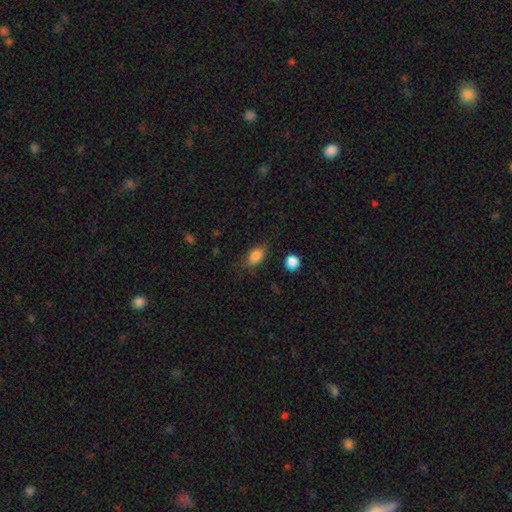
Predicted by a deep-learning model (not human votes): A smooth galaxy with no disk features (85%) that is in between round and cigar-shaped (83%).

Vote fractions:
- Smooth or featured? smooth: 85% / star or artifact: 9% / featured or disk: 6%
- How rounded? in between: 83% / round: 13% / cigar-shaped: 4%
- Merging? none: 75% / minor disturbance: 17% / major disturbance: 5% / merger: 2%